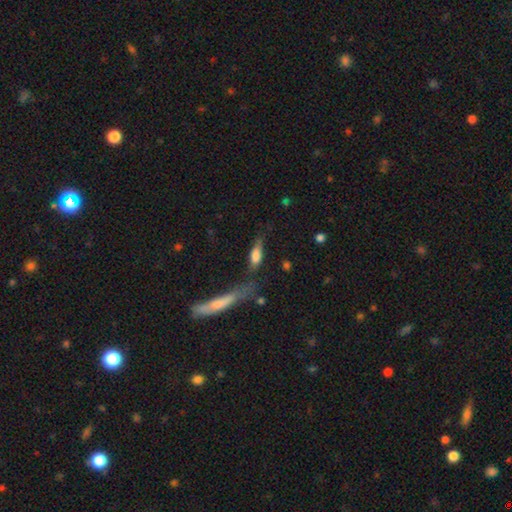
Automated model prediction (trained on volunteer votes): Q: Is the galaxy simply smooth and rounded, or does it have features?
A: smooth — 69%.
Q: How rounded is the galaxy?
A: in between — 54%.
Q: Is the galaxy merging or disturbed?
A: none — 45%.